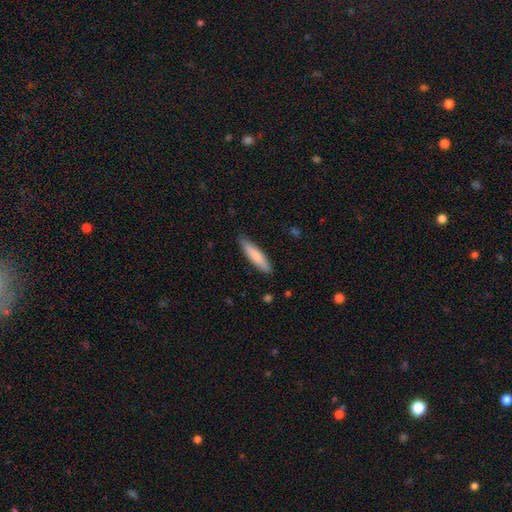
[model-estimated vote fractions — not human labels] smooth 83%, featured or disk 12%, star or artifact 5%. Down the decision tree: how rounded — cigar-shaped (78%); merging — none (85%).